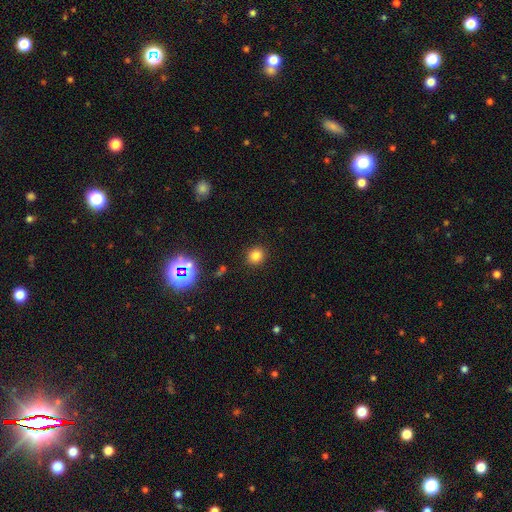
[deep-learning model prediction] A smooth galaxy with no disk features (80%) that is round (87%). Merging: none (91%).